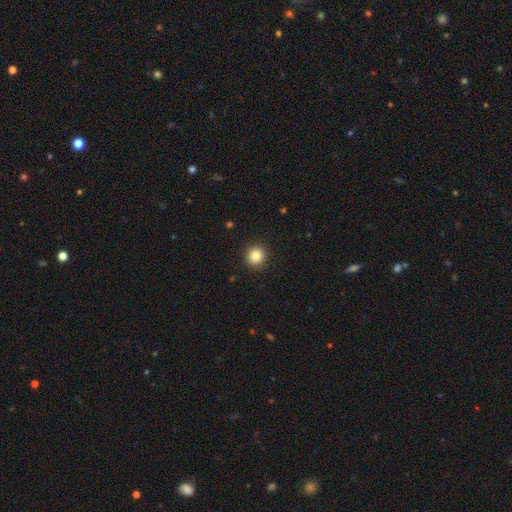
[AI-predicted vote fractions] A smooth galaxy with no disk features (84%) that is round (93%).

Vote fractions:
- Smooth or featured? smooth: 84% / star or artifact: 10% / featured or disk: 5%
- How rounded? round: 93% / in between: 6% / cigar-shaped: 1%
- Merging? none: 92% / minor disturbance: 5% / major disturbance: 2% / merger: 1%